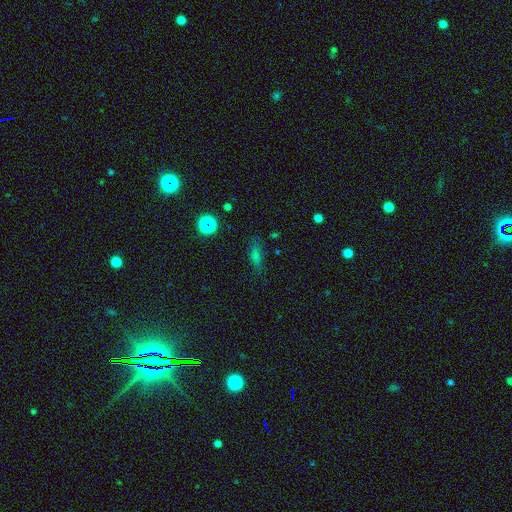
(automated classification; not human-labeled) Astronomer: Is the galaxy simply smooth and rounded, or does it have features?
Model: smooth — 54% (runner-up: star or artifact, 30%).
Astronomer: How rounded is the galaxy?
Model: in between — 53% (runner-up: cigar-shaped, 36%).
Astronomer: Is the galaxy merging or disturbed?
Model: none — 78%.